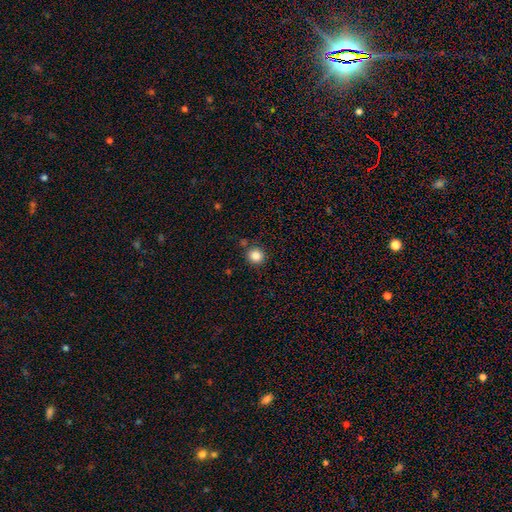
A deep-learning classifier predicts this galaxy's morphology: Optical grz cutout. It shows a smooth galaxy with no disk features (85%) that is round (91%). Merging: none (85%).